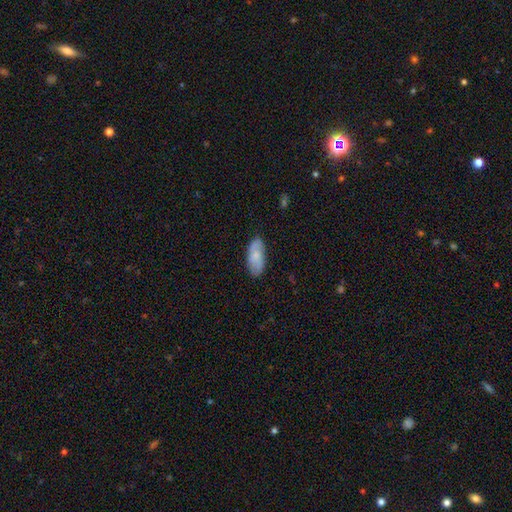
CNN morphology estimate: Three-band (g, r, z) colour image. It shows a smooth galaxy with no disk features (70%) that is in between round and cigar-shaped (88%). Merging: none (78%).